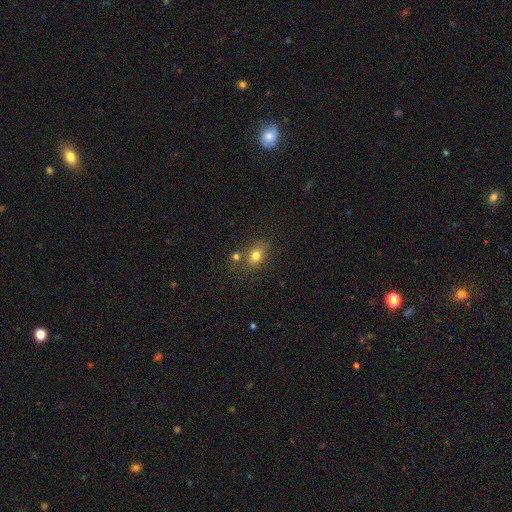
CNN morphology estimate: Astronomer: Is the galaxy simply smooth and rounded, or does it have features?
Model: smooth — 76%.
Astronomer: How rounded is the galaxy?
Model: in between — 63%.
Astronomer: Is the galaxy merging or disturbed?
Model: none — 54%.